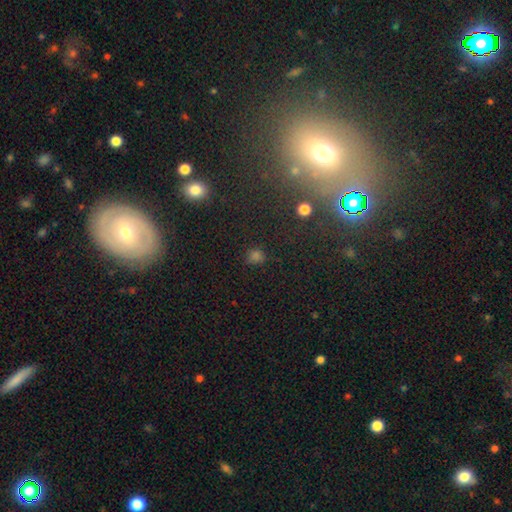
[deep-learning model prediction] A smooth galaxy with no disk features (60%) that is round (80%). Merging: none (80%).